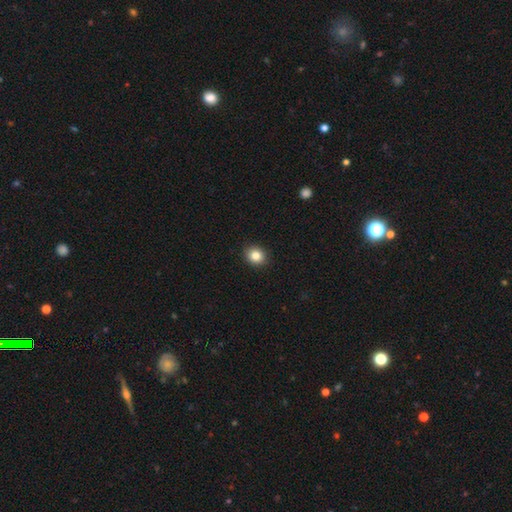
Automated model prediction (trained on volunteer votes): Smooth or featured? Predicted: smooth (p=0.84). How rounded? Predicted: round (p=0.71). Merging? Predicted: none (p=0.91).